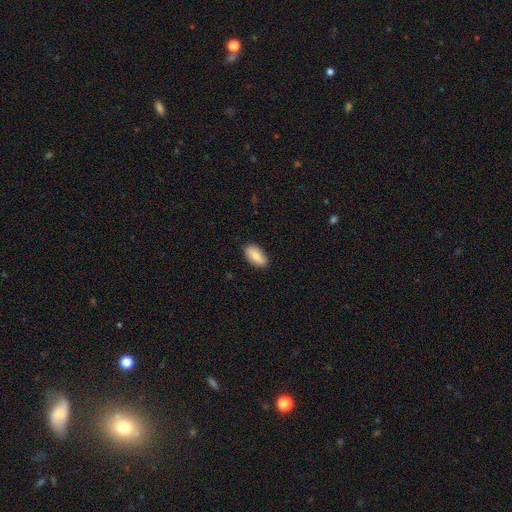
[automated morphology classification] This is clearly a smooth galaxy (81%). How rounded: clearly in between (93%). Merging: clearly none (86%).